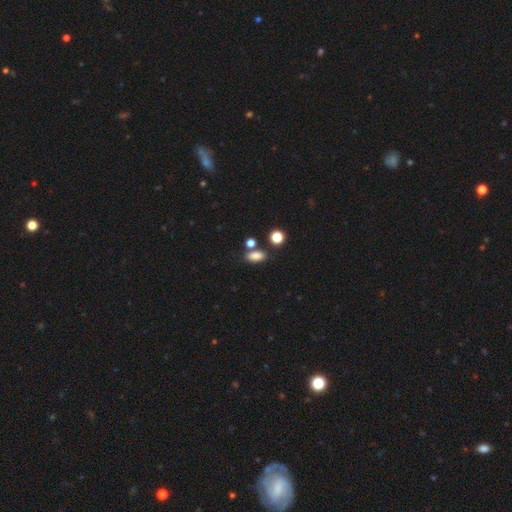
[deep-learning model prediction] smooth 83%, star or artifact 11%, featured or disk 6%. Down the decision tree: how rounded — in between (83%); merging — none (68%).